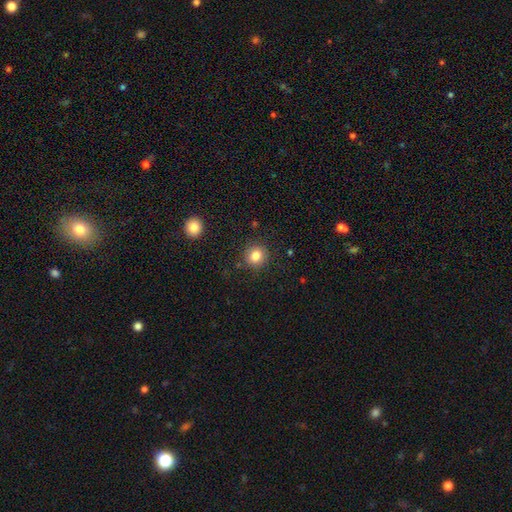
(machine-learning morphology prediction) A smooth galaxy with no disk features (82%) that is round (88%).

Vote fractions:
- Smooth or featured? smooth: 82% / star or artifact: 11% / featured or disk: 7%
- How rounded? round: 88% / in between: 11% / cigar-shaped: 1%
- Merging? none: 88% / minor disturbance: 8% / major disturbance: 3% / merger: 2%